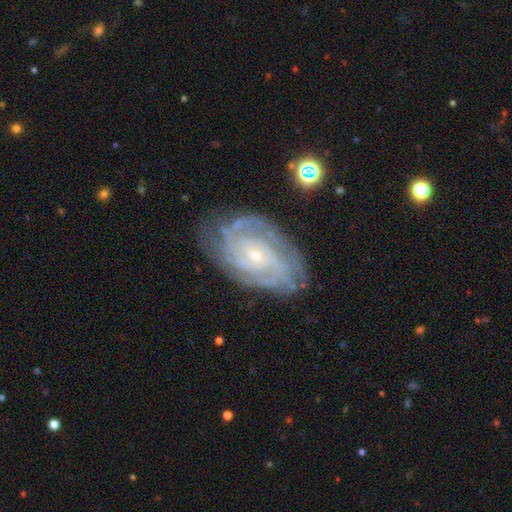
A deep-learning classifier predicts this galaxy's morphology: Smooth or featured? featured or disk (85%)
Edge-on disk? no (96%)
Bar? no (71%)
Spiral arms? yes (95%)
Spiral winding? tight (72%)
Spiral arm count? can't tell (35%)
Bulge size? small (80%)
Merging? none (74%)